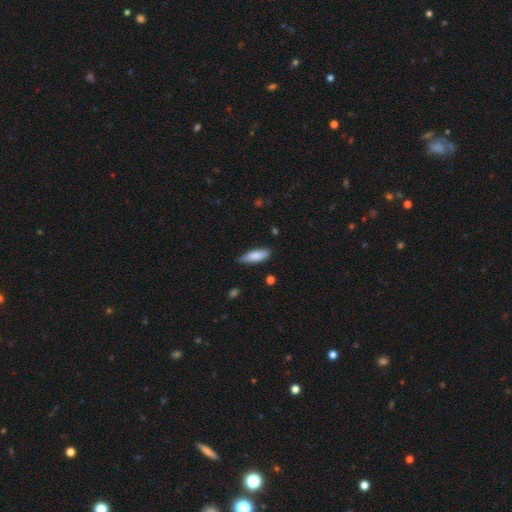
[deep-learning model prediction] smooth 84%, featured or disk 10%, star or artifact 6%. Down the decision tree: how rounded — in between (56%); merging — none (75%).